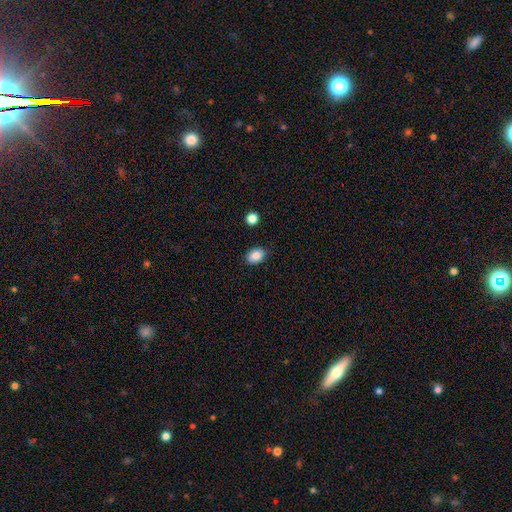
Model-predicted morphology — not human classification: smooth-or-featured: smooth: 87% | star or artifact: 8% | featured or disk: 5%
  how-rounded: in between: 77% | round: 22% | cigar-shaped: 1%
  merging: none: 87% | minor disturbance: 9% | major disturbance: 2% | merger: 2%